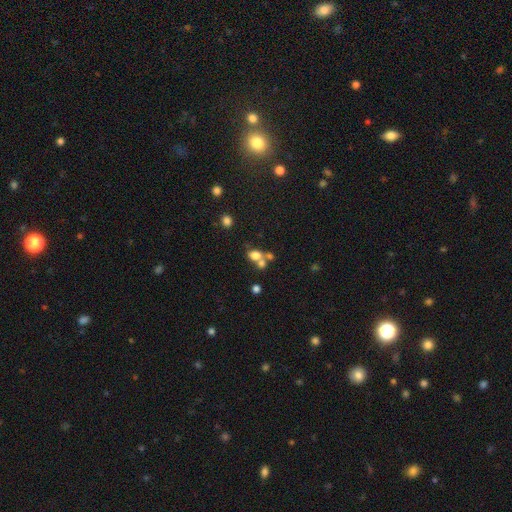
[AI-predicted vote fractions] Morphology: type=smooth (71%); roundness=in between (55%); merging=merger (51%).